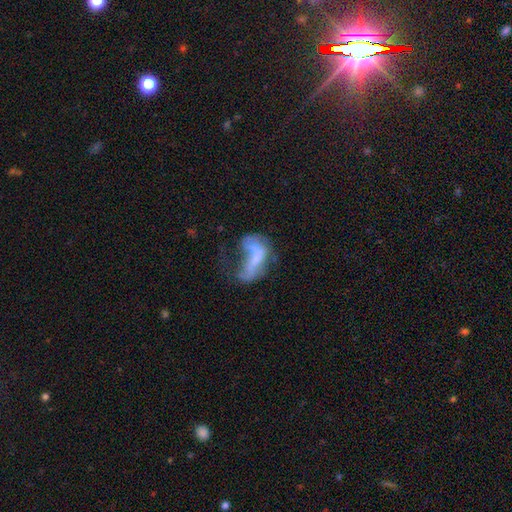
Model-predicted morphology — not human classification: Smooth or featured: featured or disk — 52% (smooth — 36%)
Edge-on disk: no — 96% (yes — 4%)
Bar: no — 63% (weak — 23%)
Spiral arms: no — 67% (yes — 33%)
Bulge size: none — 63% (small — 17%)
Merging: major disturbance — 52% (none — 19%)